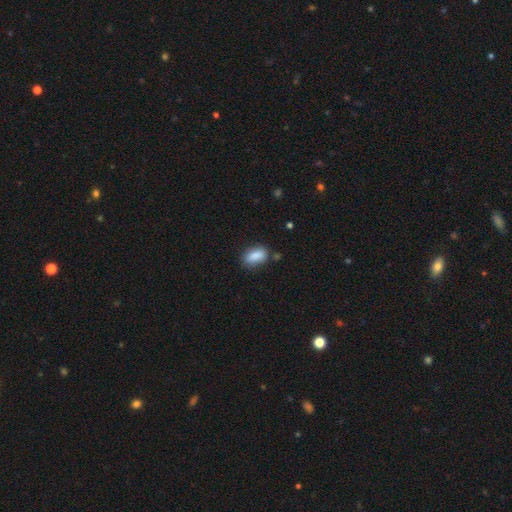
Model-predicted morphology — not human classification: Q: Smooth or featured?
A: smooth (86%); runner-up: star or artifact (8%)
Q: How rounded?
A: in between (87%); runner-up: round (7%)
Q: Merging?
A: none (72%); runner-up: minor disturbance (20%)